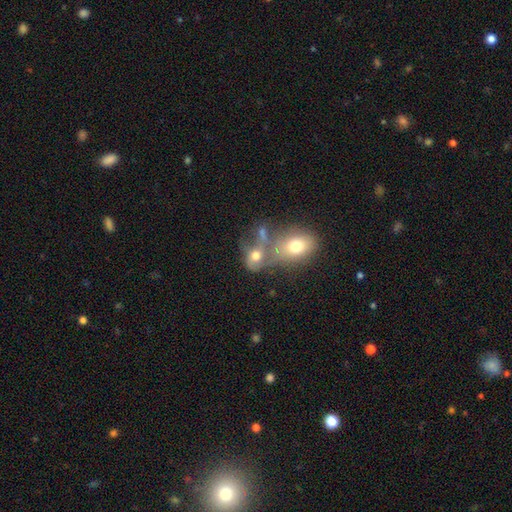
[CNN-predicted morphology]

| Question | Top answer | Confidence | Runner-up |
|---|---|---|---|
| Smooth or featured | smooth | 62% | featured or disk (25%) |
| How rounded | in between | 60% | round (39%) |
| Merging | merger | 51% | none (23%) |